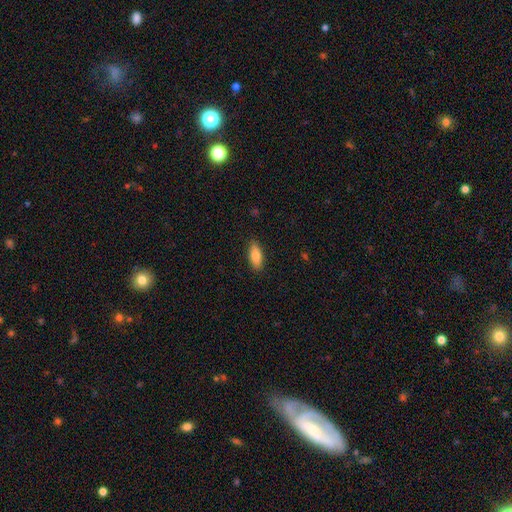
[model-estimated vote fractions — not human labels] smooth 84%, featured or disk 9%, star or artifact 6%. Down the decision tree: how rounded — in between (74%); merging — none (87%).